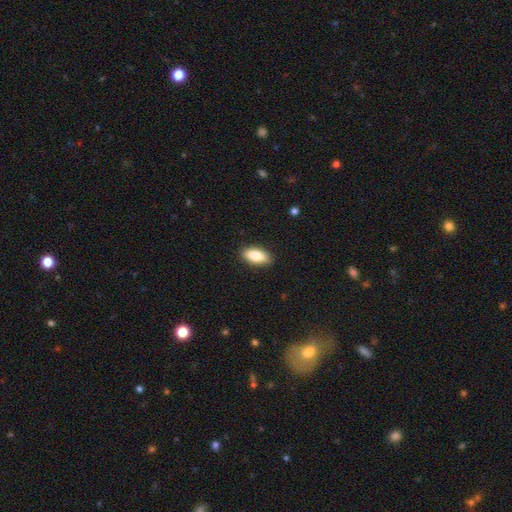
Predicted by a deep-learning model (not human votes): The model was most divided on "smooth or featured": smooth: 85%, featured or disk: 9%, star or artifact: 6%. More confident: how rounded — in between (90%); merging — none (89%).